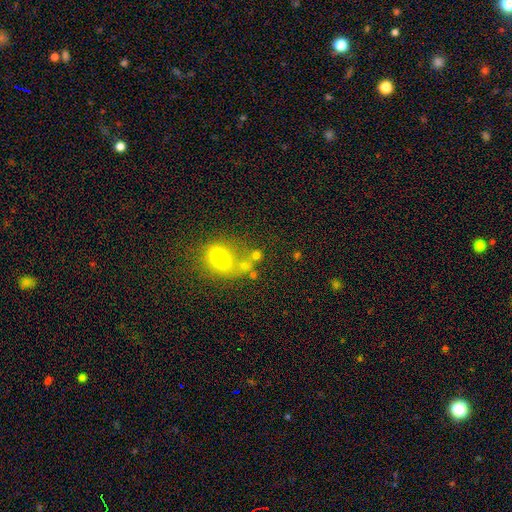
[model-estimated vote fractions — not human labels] Q: Smooth or featured?
A: smooth (64%); runner-up: star or artifact (22%)
Q: How rounded?
A: round (71%); runner-up: in between (27%)
Q: Merging?
A: none (50%); runner-up: merger (33%)